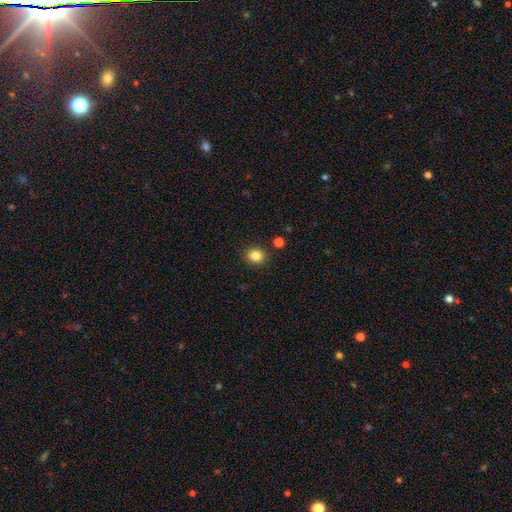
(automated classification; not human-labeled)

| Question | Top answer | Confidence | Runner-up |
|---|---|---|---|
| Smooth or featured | smooth | 84% | star or artifact (11%) |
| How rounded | round | 62% | in between (37%) |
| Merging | none | 87% | minor disturbance (8%) |